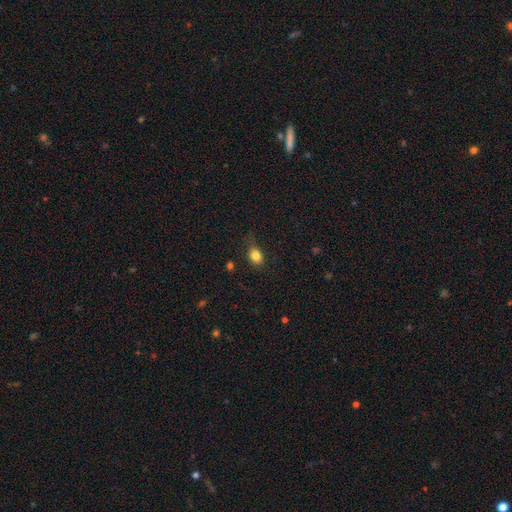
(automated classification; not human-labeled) This is clearly a smooth galaxy (83%). How rounded: likely in between (61%). Merging: likely none (76%).